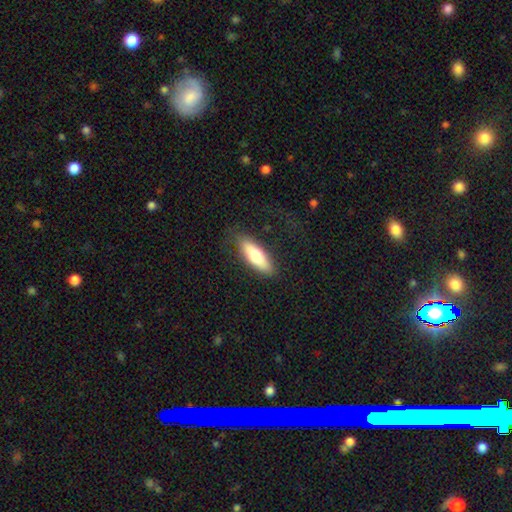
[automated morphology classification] Smooth or featured?
  - smooth: 71% *
  - featured or disk: 23%
  - star or artifact: 6%
How rounded?
  - in between: 52% *
  - cigar-shaped: 46%
  - round: 2%
Merging?
  - none: 83% *
  - minor disturbance: 13%
  - major disturbance: 4%
  - merger: 1%